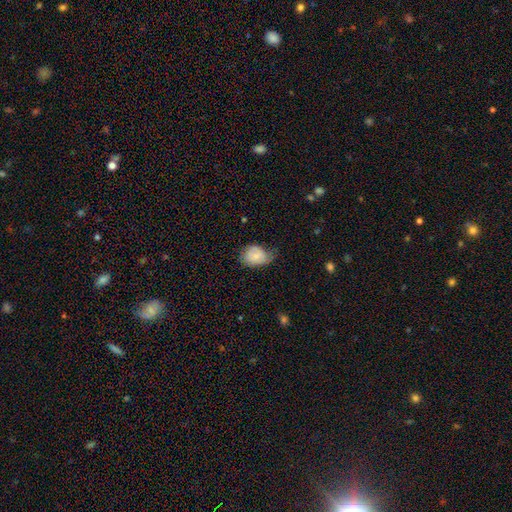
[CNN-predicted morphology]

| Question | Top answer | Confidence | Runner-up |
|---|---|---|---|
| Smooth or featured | smooth | 73% | featured or disk (19%) |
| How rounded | in between | 66% | round (33%) |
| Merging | minor disturbance | 42% | none (41%) |